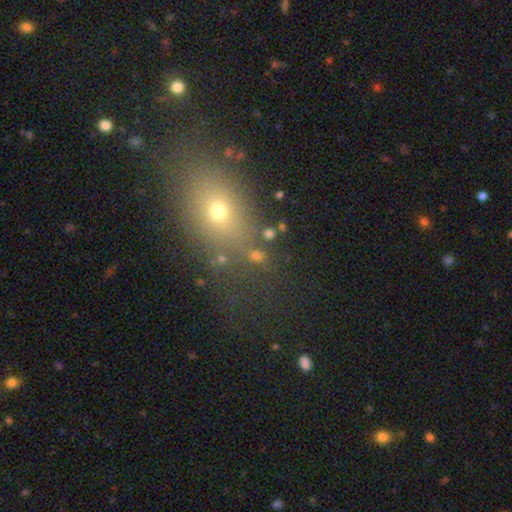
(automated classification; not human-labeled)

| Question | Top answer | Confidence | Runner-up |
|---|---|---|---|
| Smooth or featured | smooth | 56% | star or artifact (28%) |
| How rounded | in between | 52% | round (42%) |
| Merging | none | 71% | minor disturbance (12%) |